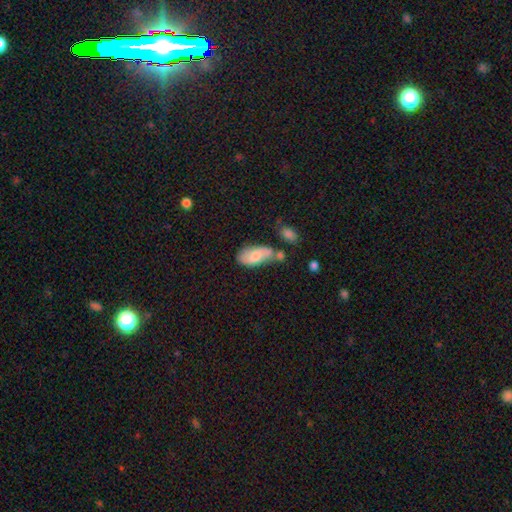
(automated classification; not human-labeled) This is likely a smooth galaxy (66%). How rounded: clearly in between (90%). Merging: possibly none (46%).